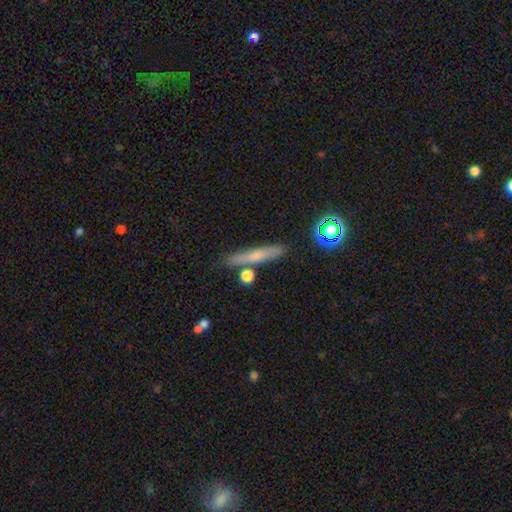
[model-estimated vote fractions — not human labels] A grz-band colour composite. It shows a smooth galaxy with no disk features (58%) that is cigar-shaped (87%). Merging: none (82%).